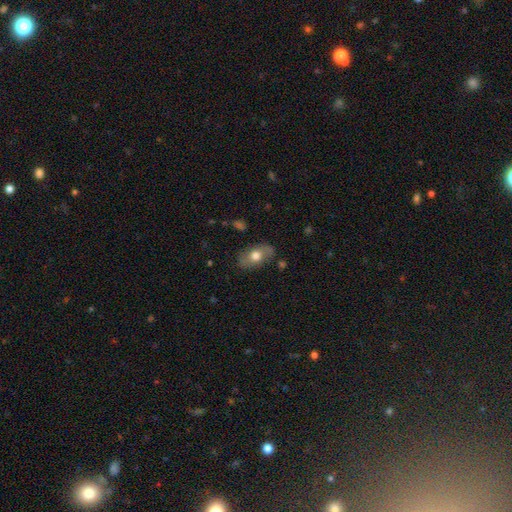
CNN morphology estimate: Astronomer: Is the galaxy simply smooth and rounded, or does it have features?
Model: smooth — 63%.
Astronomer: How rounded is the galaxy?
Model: in between — 88%.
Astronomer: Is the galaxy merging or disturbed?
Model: none — 77%.